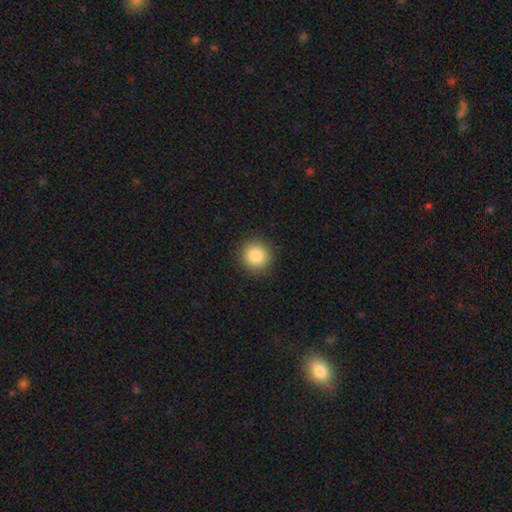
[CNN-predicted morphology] Q: Smooth or featured?
A: smooth (85%); runner-up: star or artifact (9%)
Q: How rounded?
A: round (93%); runner-up: in between (6%)
Q: Merging?
A: none (92%); runner-up: minor disturbance (6%)